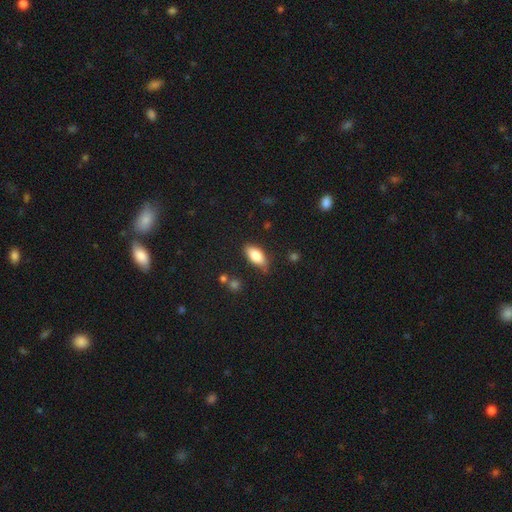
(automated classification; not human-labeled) smooth-or-featured: smooth: 81% | featured or disk: 12% | star or artifact: 7%
  how-rounded: in between: 88% | cigar-shaped: 9% | round: 3%
  merging: none: 77% | minor disturbance: 17% | major disturbance: 3% | merger: 2%